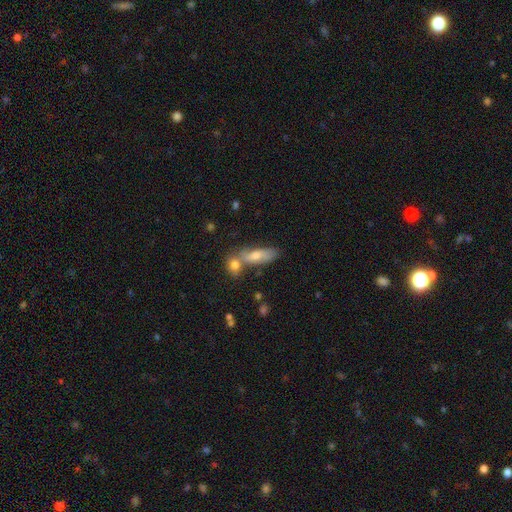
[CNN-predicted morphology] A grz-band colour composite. It shows a smooth galaxy with no disk features (63%) that is in between round and cigar-shaped (48%). Merging: none (48%).